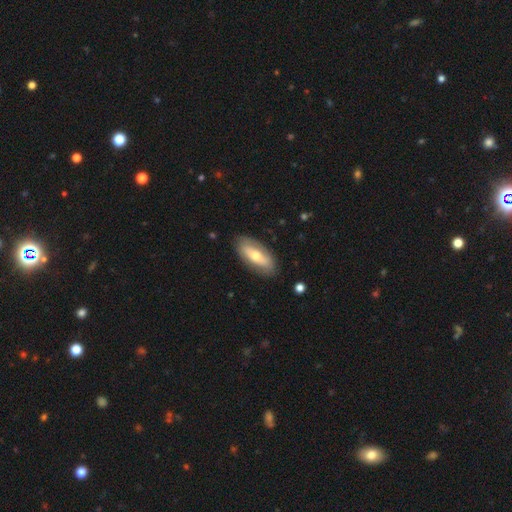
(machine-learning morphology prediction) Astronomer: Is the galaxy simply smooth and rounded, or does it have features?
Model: smooth — 53% (runner-up: featured or disk, 42%).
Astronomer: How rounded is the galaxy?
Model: in between — 80%.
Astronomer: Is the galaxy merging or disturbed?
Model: none — 83%.